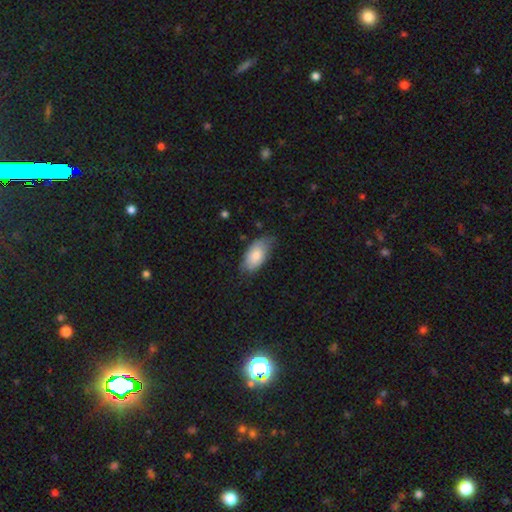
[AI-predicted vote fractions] Overall: smooth (80%). How rounded: in between (93%). Merging: none (58%; minor disturbance 33%).